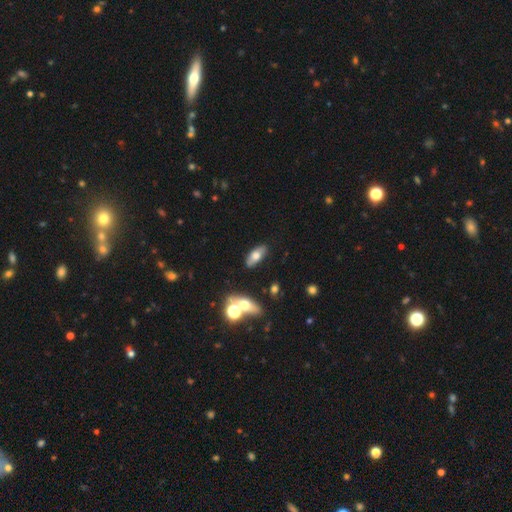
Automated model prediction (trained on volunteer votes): This appears to be a smooth galaxy with no disk features (62%) that is in between round and cigar-shaped (76%). Merging: none (84%).